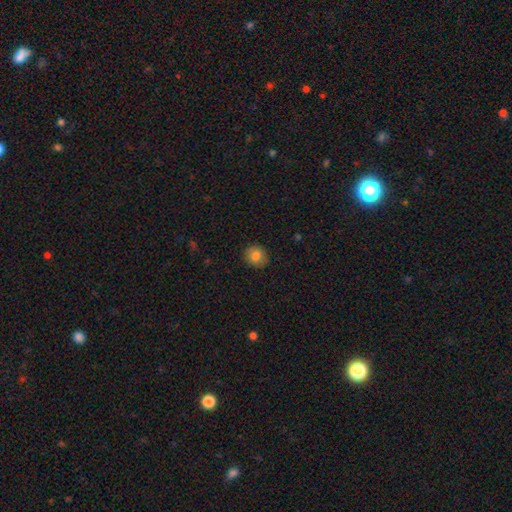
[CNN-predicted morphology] This is clearly a smooth galaxy (83%). How rounded: likely round (79%). Merging: clearly none (89%).